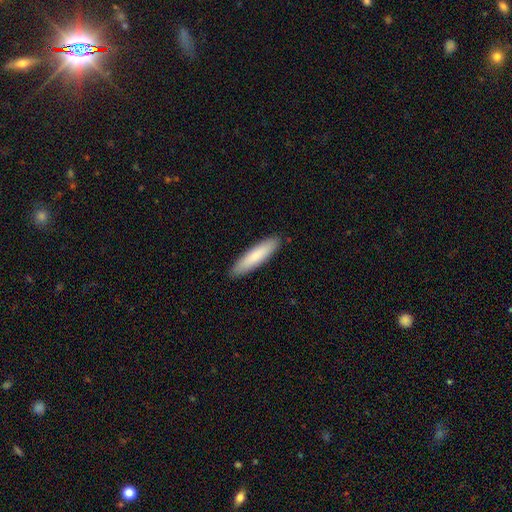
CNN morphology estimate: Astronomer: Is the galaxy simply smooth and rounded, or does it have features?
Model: smooth — 82%.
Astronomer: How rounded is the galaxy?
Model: cigar-shaped — 80%.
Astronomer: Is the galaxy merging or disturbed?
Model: none — 91%.